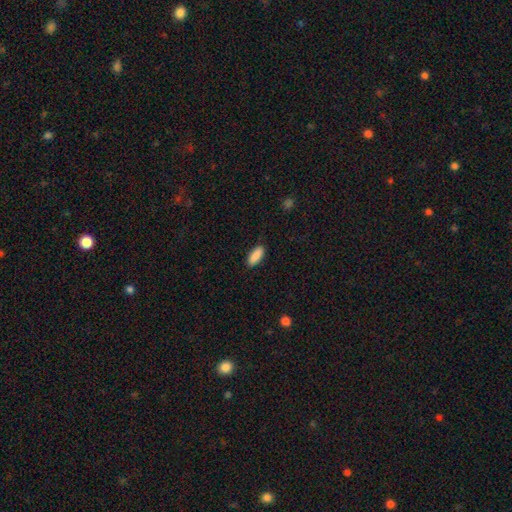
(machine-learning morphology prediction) Smooth or featured: smooth — 90% (star or artifact — 6%)
How rounded: in between — 73% (cigar-shaped — 25%)
Merging: none — 88% (minor disturbance — 9%)